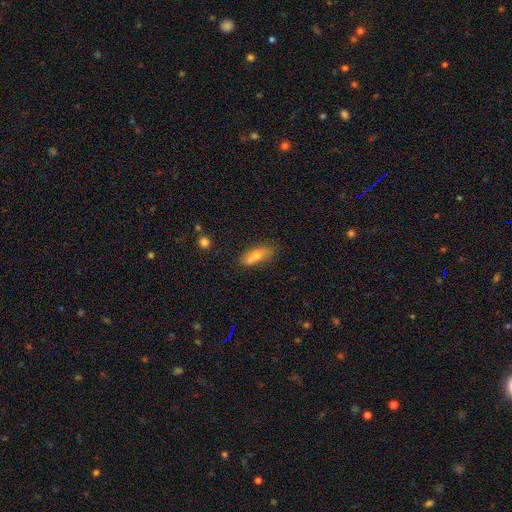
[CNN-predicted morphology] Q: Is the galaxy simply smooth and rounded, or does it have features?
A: smooth — 66%.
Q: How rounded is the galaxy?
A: in between — 69%.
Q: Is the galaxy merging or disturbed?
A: none — 57%.